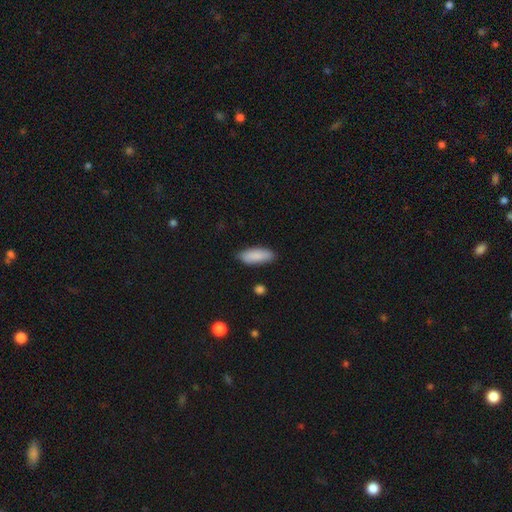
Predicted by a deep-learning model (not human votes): Smooth or featured? Predicted: smooth (p=0.88). How rounded? Predicted: in between (p=0.70). Merging? Predicted: none (p=0.85).